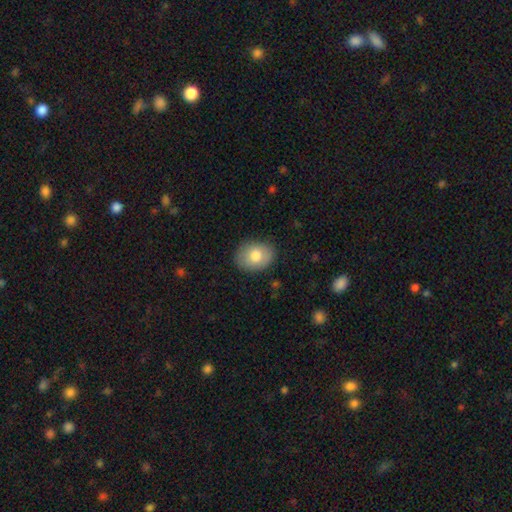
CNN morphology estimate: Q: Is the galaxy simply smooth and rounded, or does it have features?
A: smooth — 79%.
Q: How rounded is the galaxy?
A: in between — 62%.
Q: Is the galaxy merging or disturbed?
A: none — 85%.